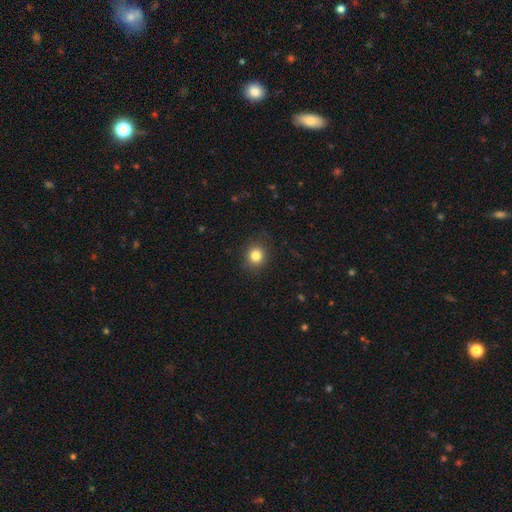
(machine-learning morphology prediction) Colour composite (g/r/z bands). It shows a smooth galaxy with no disk features (83%) that is round (83%). Merging: none (88%).